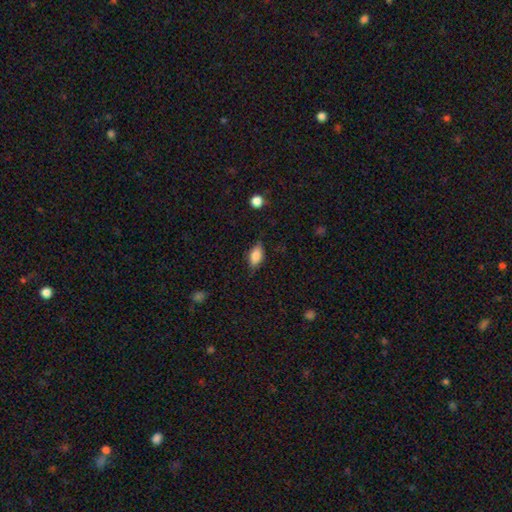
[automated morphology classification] A smooth galaxy with no disk features (75%) that is in between round and cigar-shaped (85%). Merging: none (74%).